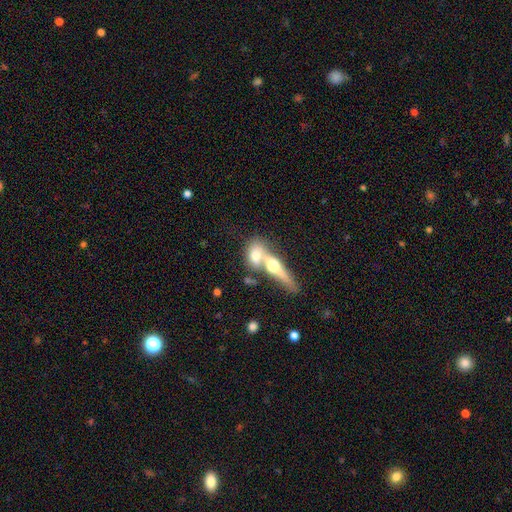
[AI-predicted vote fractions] smooth-or-featured: smooth: 55% | featured or disk: 37% | star or artifact: 7%
  how-rounded: in between: 54% | cigar-shaped: 26% | round: 20%
  merging: merger: 65% | none: 24% | minor disturbance: 7% | major disturbance: 5%